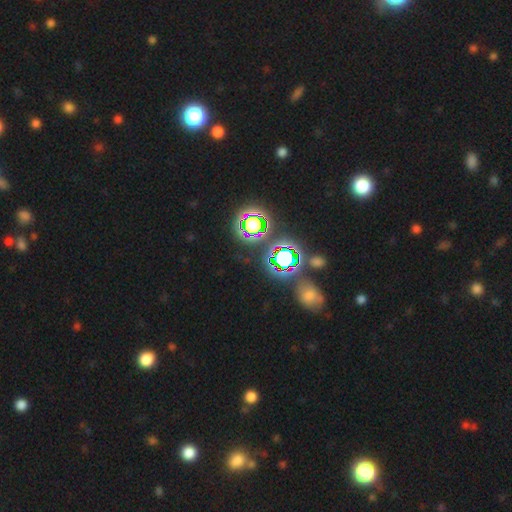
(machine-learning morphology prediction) This is likely a star or artifact rather than a galaxy (70%).